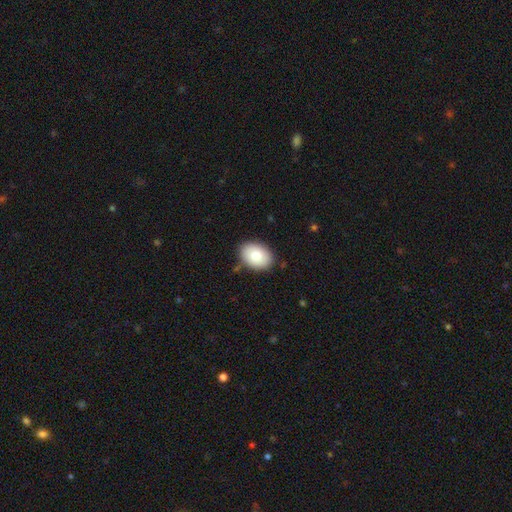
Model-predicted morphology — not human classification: Q: Smooth or featured?
A: smooth (83%); runner-up: featured or disk (11%)
Q: How rounded?
A: in between (82%); runner-up: round (17%)
Q: Merging?
A: none (85%); runner-up: minor disturbance (11%)